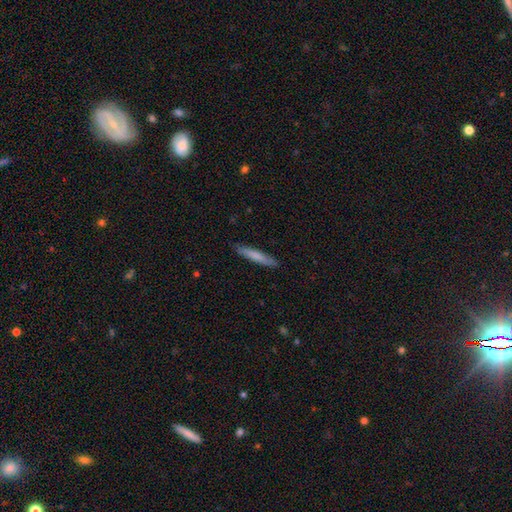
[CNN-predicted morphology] A smooth galaxy with no disk features (74%) that is cigar-shaped (94%).

Vote fractions:
- Smooth or featured? smooth: 74% / featured or disk: 21% / star or artifact: 5%
- How rounded? cigar-shaped: 94% / in between: 5% / round: 1%
- Merging? none: 88% / minor disturbance: 9% / major disturbance: 2% / merger: 1%